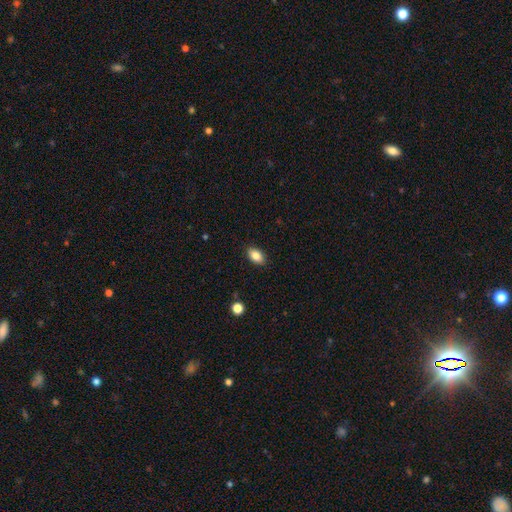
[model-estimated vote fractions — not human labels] Morphology: type=smooth (86%); roundness=in between (91%); merging=none (89%).